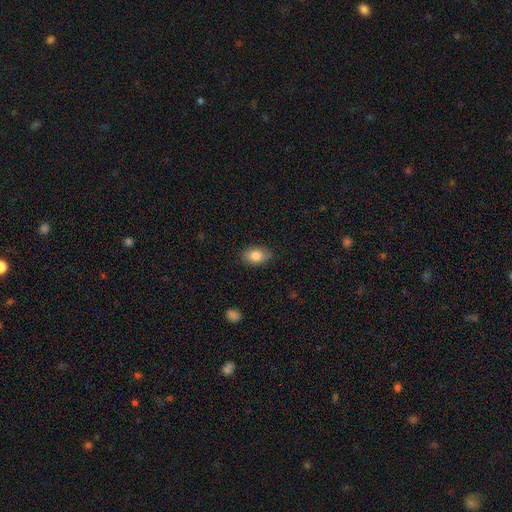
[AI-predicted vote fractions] Morphology: type=smooth (83%); roundness=in between (85%); merging=none (84%).